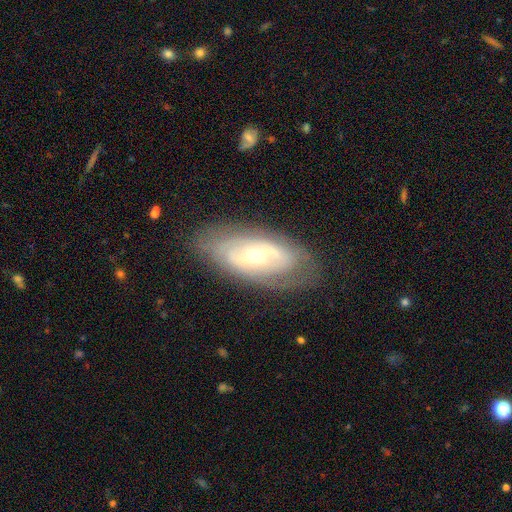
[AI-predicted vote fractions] This is likely a featured or disk galaxy (72%). It is clearly not viewed edge-on (88%). Bar: possibly no (56%). Spiral arm pattern: likely yes (64%). Central bulge: possibly moderate (54%). Merging: likely none (78%).